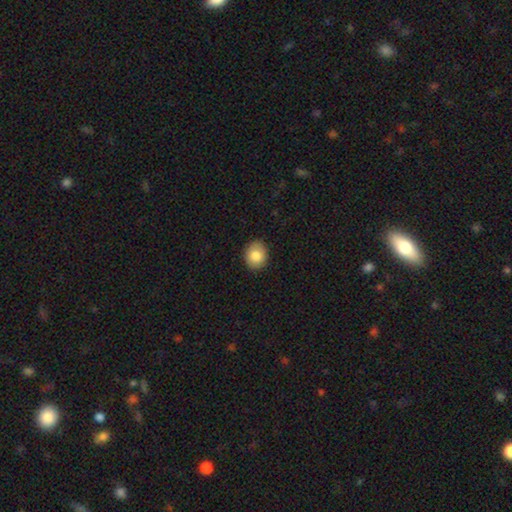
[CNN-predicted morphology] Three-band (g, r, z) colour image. It shows a smooth galaxy with no disk features (84%) that is round (68%). Merging: none (89%).